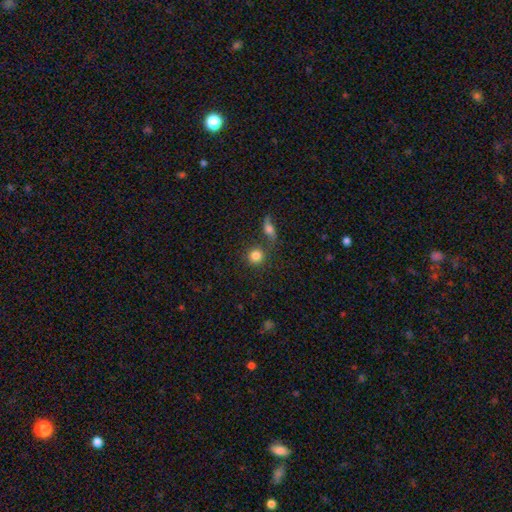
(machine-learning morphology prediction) Smooth or featured: smooth — 83% (star or artifact — 10%)
How rounded: round — 91% (in between — 7%)
Merging: none — 72% (merger — 15%)